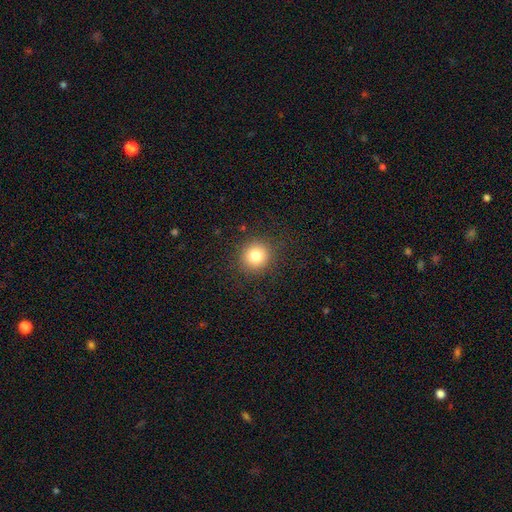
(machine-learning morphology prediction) This is clearly a smooth galaxy (81%). How rounded: clearly round (91%). Merging: clearly none (89%).